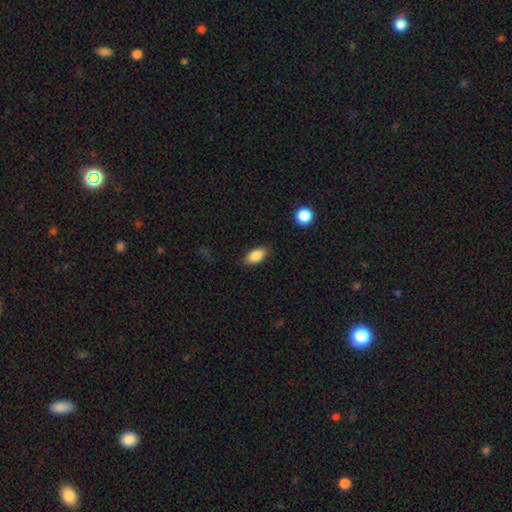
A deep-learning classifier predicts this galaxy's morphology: type=smooth (85%); roundness=in between (89%); merging=none (83%).